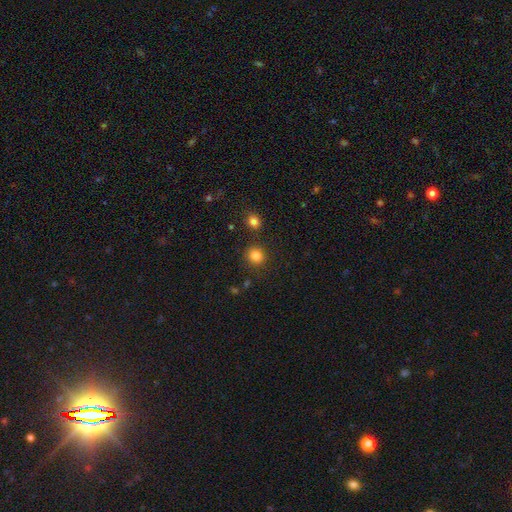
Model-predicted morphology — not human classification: The model was most divided on "smooth or featured": smooth: 84%, star or artifact: 12%, featured or disk: 4%. More confident: how rounded — round (86%); merging — none (84%).